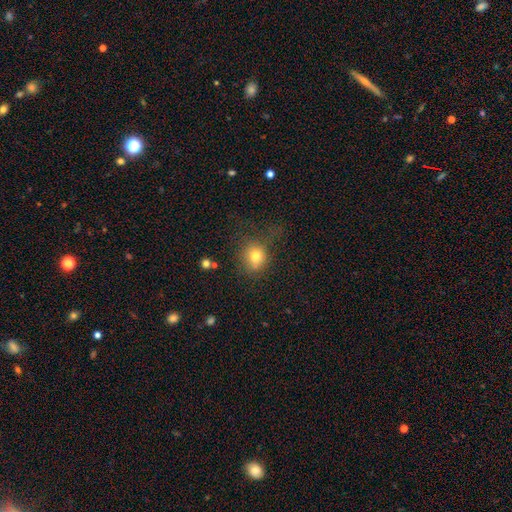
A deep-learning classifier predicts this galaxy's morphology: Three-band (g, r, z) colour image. It shows a smooth galaxy with no disk features (76%) that is round (76%). Merging: none (58%).